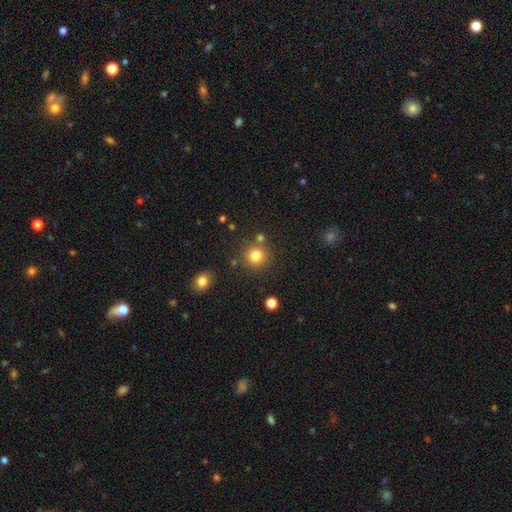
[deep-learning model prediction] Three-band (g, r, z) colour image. It shows a smooth galaxy with no disk features (81%) that is round (93%). Merging: none (82%).